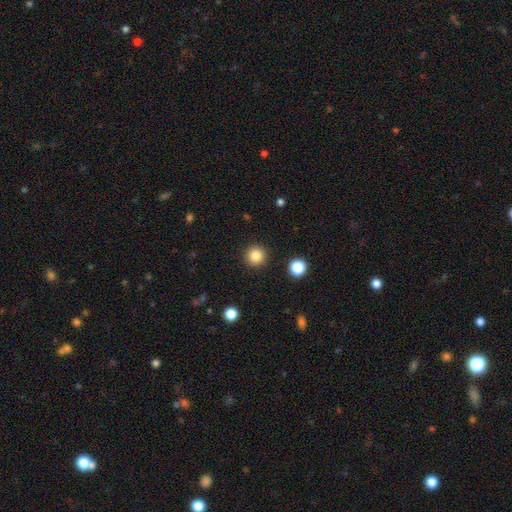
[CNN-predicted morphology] Q: Smooth or featured?
A: smooth (84%); runner-up: star or artifact (11%)
Q: How rounded?
A: round (96%); runner-up: in between (3%)
Q: Merging?
A: none (92%); runner-up: minor disturbance (5%)